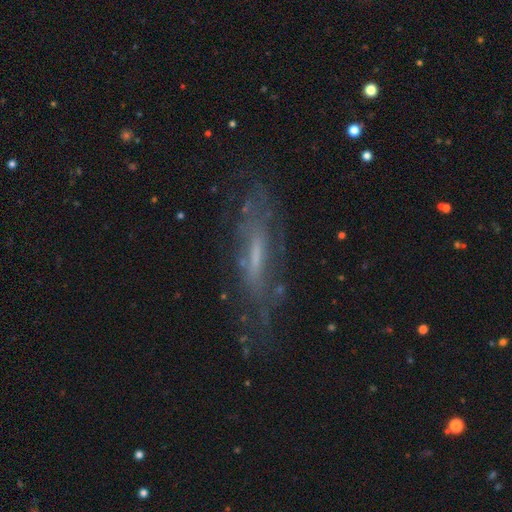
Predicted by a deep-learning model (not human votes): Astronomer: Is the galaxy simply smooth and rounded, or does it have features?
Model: featured or disk — 65%.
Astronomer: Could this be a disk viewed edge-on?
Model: no — 55% (runner-up: yes, 45%).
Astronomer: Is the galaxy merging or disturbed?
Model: none — 66%.